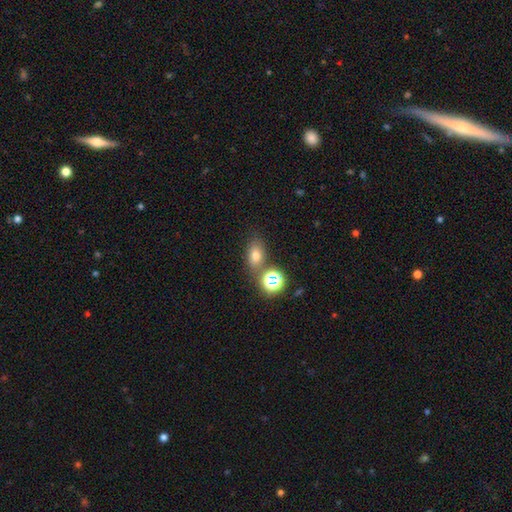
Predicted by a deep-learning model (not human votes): smooth_or_featured: smooth (p=0.69) [alt: star or artifact p=0.20]
how_rounded: in between (p=0.69) [alt: round p=0.28]
merging: none (p=0.67) [alt: merger p=0.16]